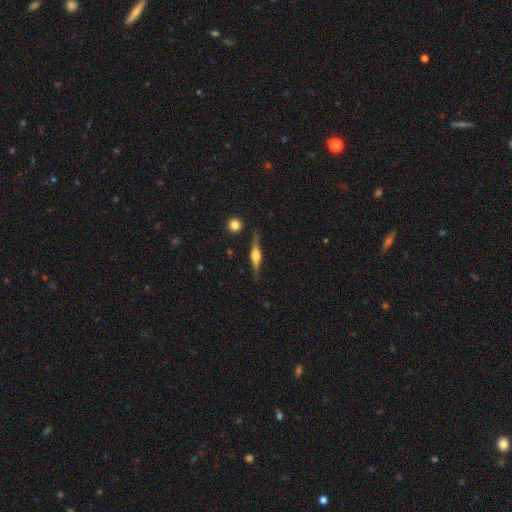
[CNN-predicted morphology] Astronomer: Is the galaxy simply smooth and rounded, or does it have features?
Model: featured or disk — 74%.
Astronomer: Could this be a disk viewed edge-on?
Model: yes — 97%.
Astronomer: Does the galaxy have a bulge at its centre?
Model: rounded — 89%.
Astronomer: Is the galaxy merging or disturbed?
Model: none — 86%.